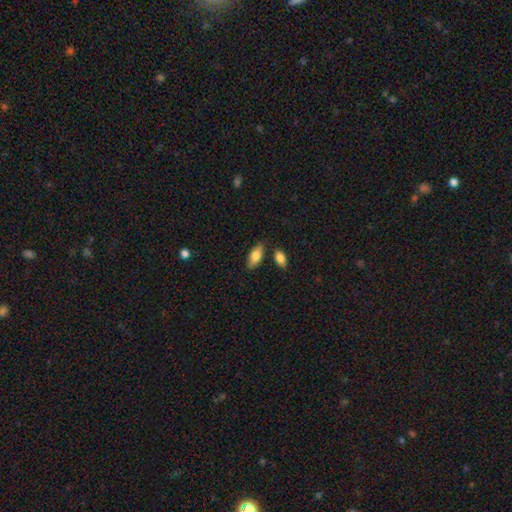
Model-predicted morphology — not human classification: A smooth galaxy with no disk features (78%) that is in between round and cigar-shaped (82%).

Vote fractions:
- Smooth or featured? smooth: 78% / featured or disk: 16% / star or artifact: 6%
- How rounded? in between: 82% / cigar-shaped: 15% / round: 3%
- Merging? none: 79% / minor disturbance: 12% / merger: 7% / major disturbance: 3%